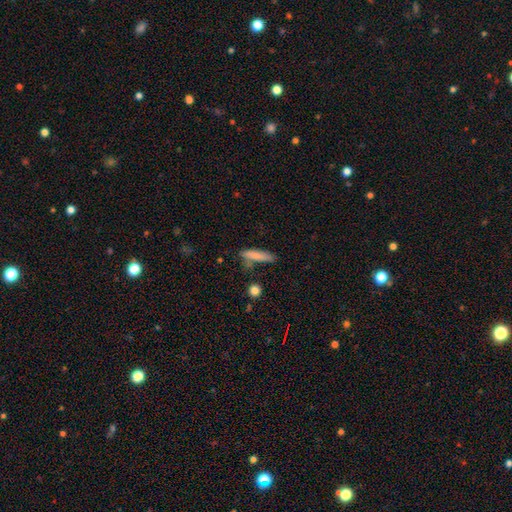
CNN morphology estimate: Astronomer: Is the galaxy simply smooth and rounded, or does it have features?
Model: smooth — 80%.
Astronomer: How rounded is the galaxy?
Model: cigar-shaped — 76%.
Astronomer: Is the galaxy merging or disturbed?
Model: none — 66%.